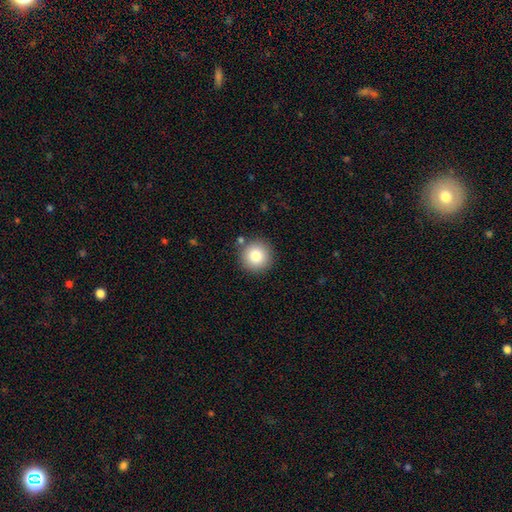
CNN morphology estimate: A smooth galaxy with no disk features (83%) that is round (95%). Merging: none (87%).